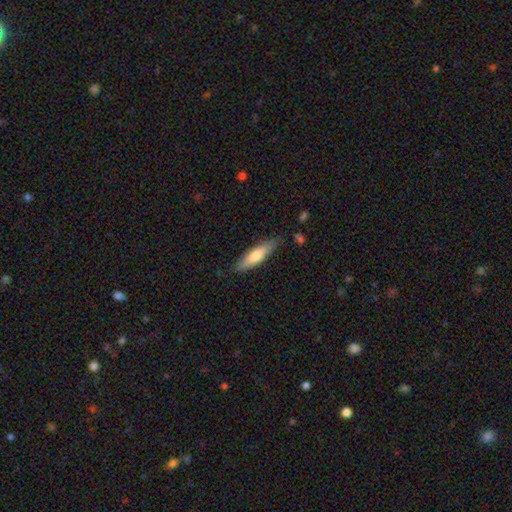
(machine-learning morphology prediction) Smooth or featured?
  - smooth: 64% *
  - featured or disk: 30%
  - star or artifact: 6%
How rounded?
  - cigar-shaped: 72% *
  - in between: 26%
  - round: 2%
Merging?
  - none: 82% *
  - minor disturbance: 14%
  - major disturbance: 3%
  - merger: 2%